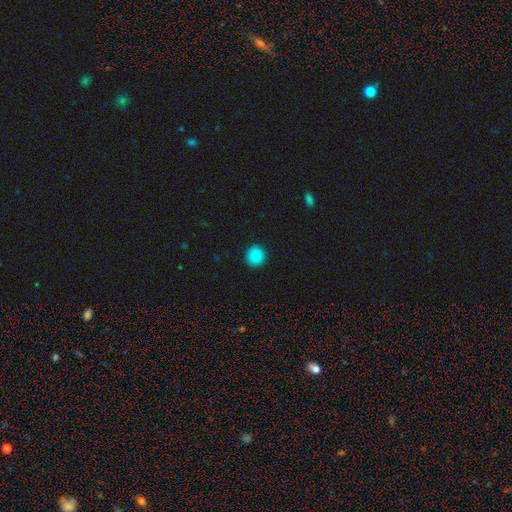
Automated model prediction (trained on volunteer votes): A smooth galaxy with no disk features (88%) that is round (94%). Merging: none (92%).